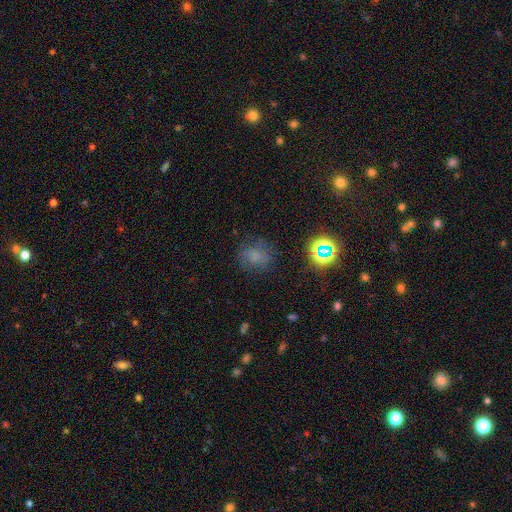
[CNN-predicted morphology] The model was most divided on "smooth or featured": smooth: 64%, star or artifact: 23%, featured or disk: 13%. More confident: merging — none (71%); how rounded — round (70%).